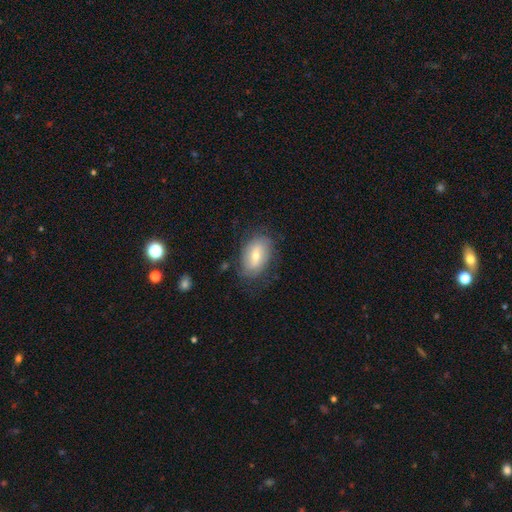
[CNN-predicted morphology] smooth_or_featured: smooth (p=0.58) [alt: featured or disk p=0.35]
how_rounded: in between (p=0.89) [alt: round p=0.09]
merging: none (p=0.74) [alt: minor disturbance p=0.18]